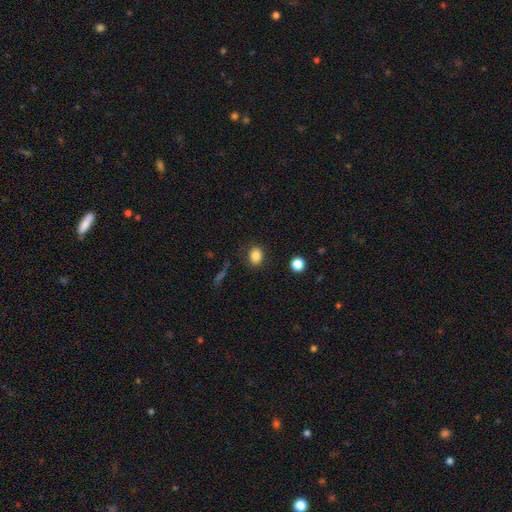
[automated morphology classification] smooth 84%, star or artifact 10%, featured or disk 6%. Down the decision tree: how rounded — round (53%); merging — none (84%).